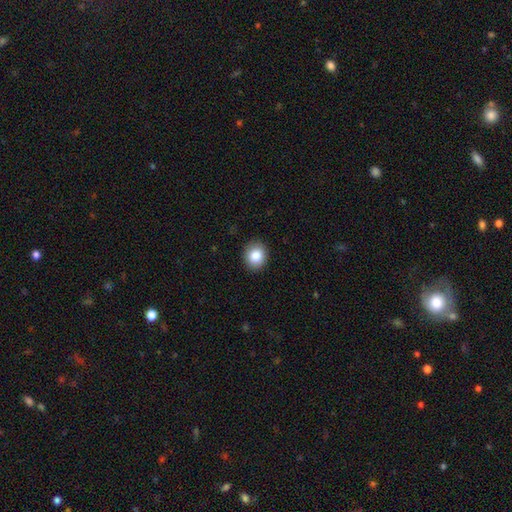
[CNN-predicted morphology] A smooth galaxy with no disk features (85%) that is round (70%). Merging: none (90%).